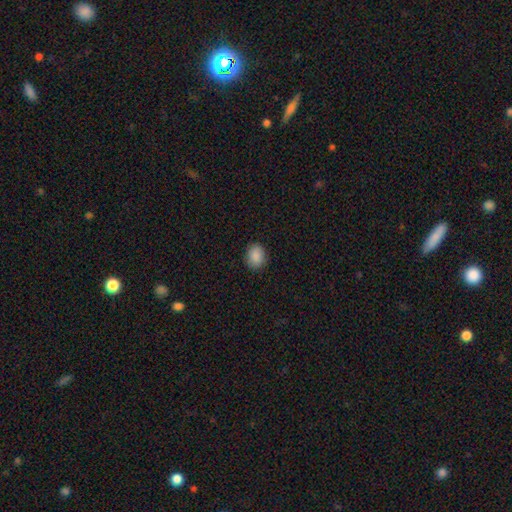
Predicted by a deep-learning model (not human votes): Smooth or featured?
  - smooth: 89% *
  - star or artifact: 8%
  - featured or disk: 3%
How rounded?
  - in between: 53% *
  - round: 46%
  - cigar-shaped: 1%
Merging?
  - none: 88% *
  - minor disturbance: 9%
  - major disturbance: 2%
  - merger: 1%